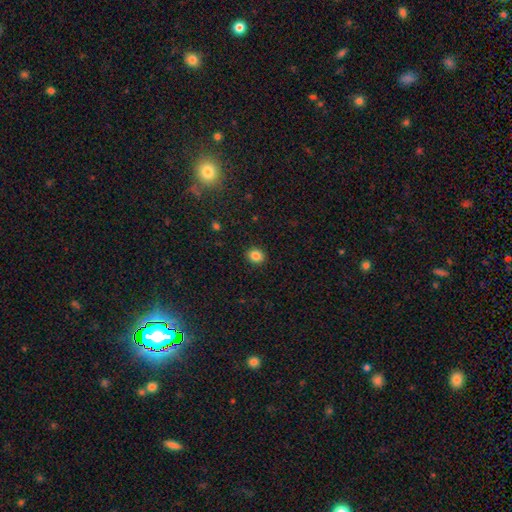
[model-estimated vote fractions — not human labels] Morphology: type=smooth (85%); roundness=round (63%); merging=none (91%).